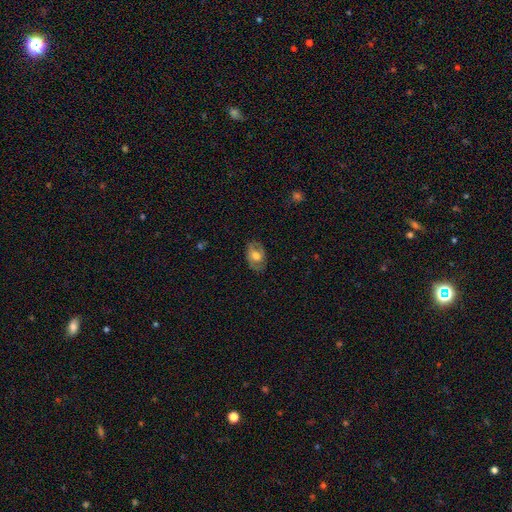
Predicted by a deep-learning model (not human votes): Smooth or featured? smooth (54%)
How rounded? in between (81%)
Merging? none (76%)